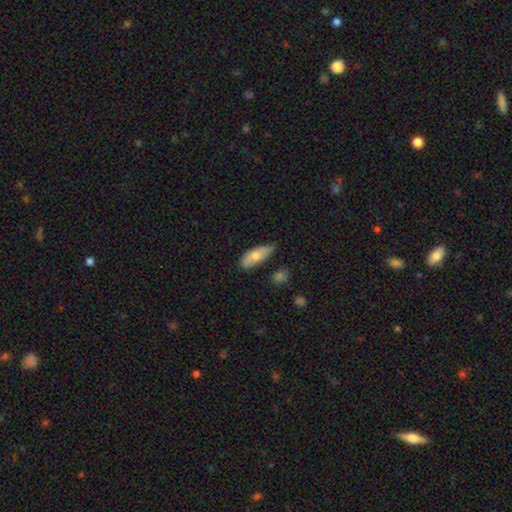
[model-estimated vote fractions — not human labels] Smooth or featured: smooth — 70% (featured or disk — 24%)
How rounded: in between — 77% (cigar-shaped — 20%)
Merging: none — 55% (minor disturbance — 35%)